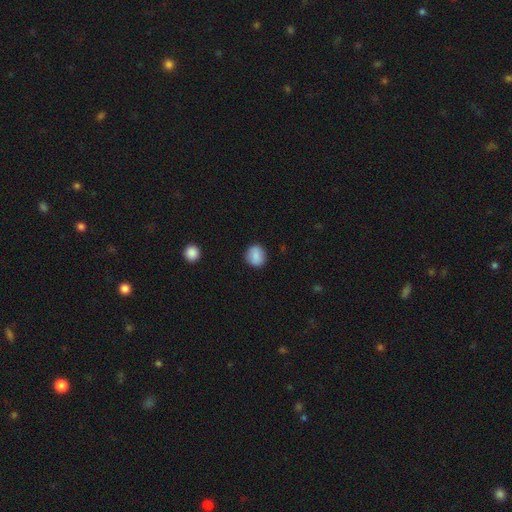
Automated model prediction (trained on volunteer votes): Smooth or featured?
  - smooth: 85% *
  - star or artifact: 8%
  - featured or disk: 7%
How rounded?
  - round: 80% *
  - in between: 19%
  - cigar-shaped: 1%
Merging?
  - none: 88% *
  - minor disturbance: 9%
  - major disturbance: 2%
  - merger: 1%